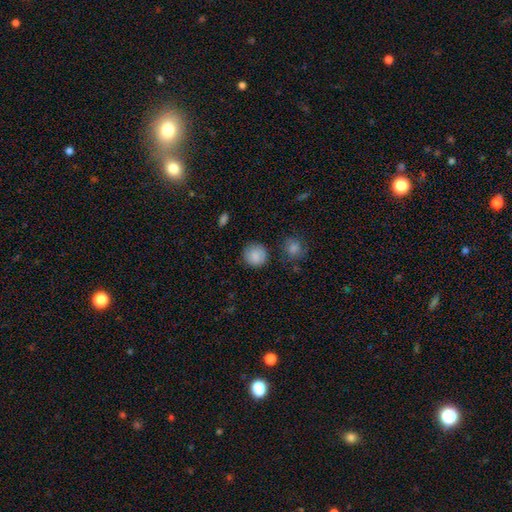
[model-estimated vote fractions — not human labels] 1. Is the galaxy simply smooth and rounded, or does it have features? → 86% smooth, 9% star or artifact, 6% featured or disk.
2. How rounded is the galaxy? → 91% round, 8% in between, 1% cigar-shaped.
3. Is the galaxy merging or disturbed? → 82% none, 11% minor disturbance, 3% major disturbance, 3% merger.